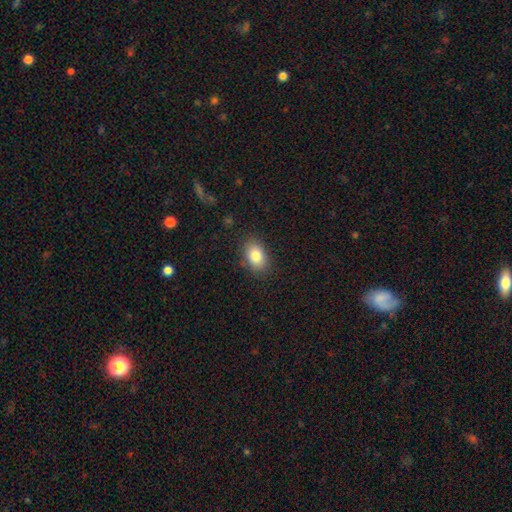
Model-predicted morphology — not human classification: Smooth or featured: smooth — 83% (featured or disk — 9%)
How rounded: in between — 85% (round — 14%)
Merging: none — 86% (minor disturbance — 11%)